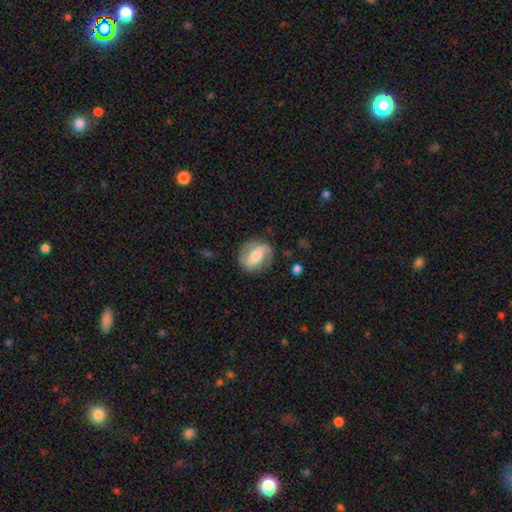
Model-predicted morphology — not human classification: smooth_or_featured: featured or disk (p=0.64) [alt: smooth p=0.30]
disk_edge_on: no (p=0.95) [alt: yes p=0.05]
bar: strong (p=0.41) [alt: weak p=0.36]
has_spiral_arms: yes (p=0.81) [alt: no p=0.19]
bulge_size: moderate (p=0.59) [alt: small p=0.27]
merging: none (p=0.80) [alt: minor disturbance p=0.14]